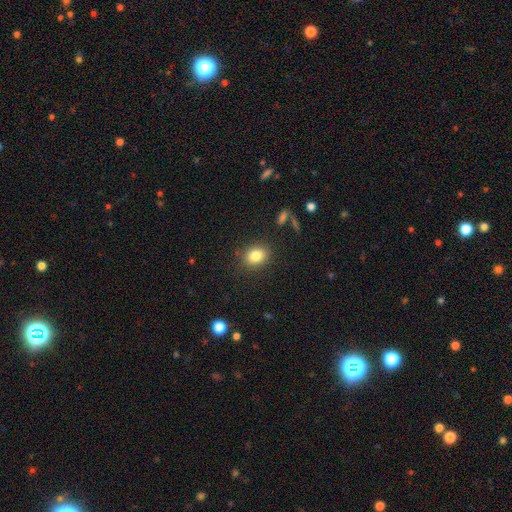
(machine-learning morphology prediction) Smooth or featured?
  - smooth: 82% *
  - star or artifact: 10%
  - featured or disk: 7%
How rounded?
  - round: 52% *
  - in between: 47%
  - cigar-shaped: 1%
Merging?
  - none: 86% *
  - minor disturbance: 9%
  - major disturbance: 3%
  - merger: 2%